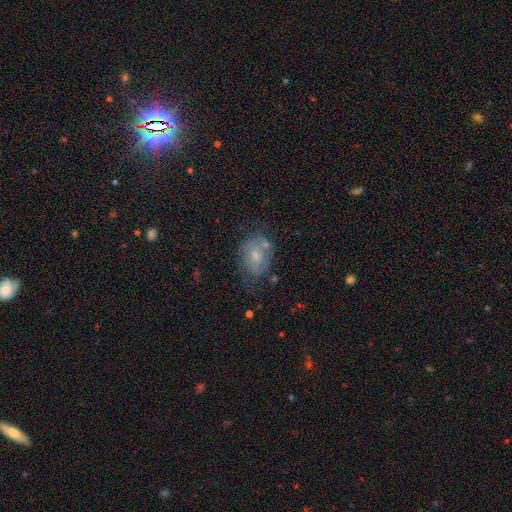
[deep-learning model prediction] A featured or disk galaxy (48%). Merging: none (51%).